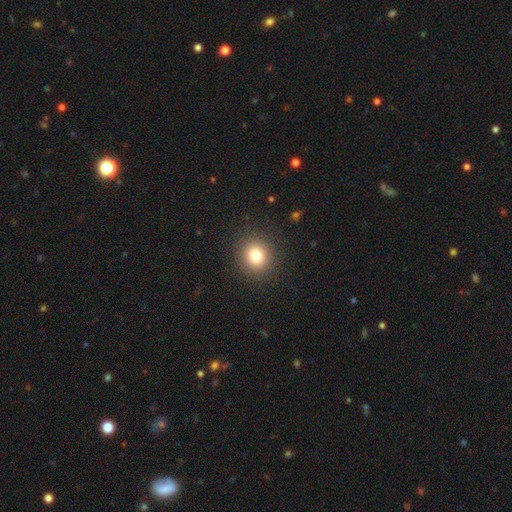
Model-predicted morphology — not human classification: smooth-or-featured: smooth: 80% | star or artifact: 12% | featured or disk: 8%
  how-rounded: round: 87% | in between: 12% | cigar-shaped: 1%
  merging: none: 90% | minor disturbance: 6% | major disturbance: 3% | merger: 1%